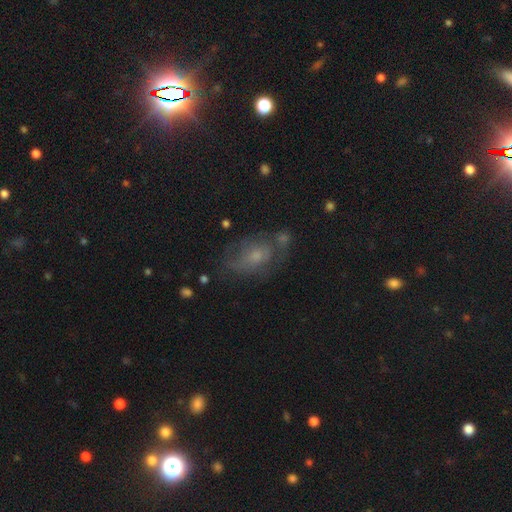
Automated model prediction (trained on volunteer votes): Smooth or featured? Predicted: featured or disk (p=0.48). Merging? Predicted: none (p=0.62).